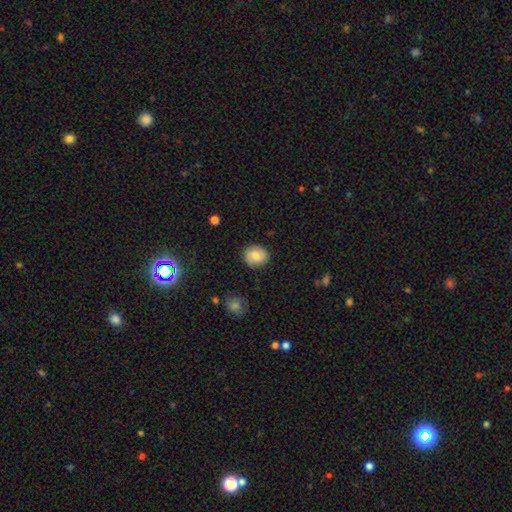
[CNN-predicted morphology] smooth-or-featured: smooth: 75% | featured or disk: 17% | star or artifact: 8%
  how-rounded: round: 72% | in between: 27% | cigar-shaped: 1%
  merging: none: 86% | minor disturbance: 10% | major disturbance: 2% | merger: 1%